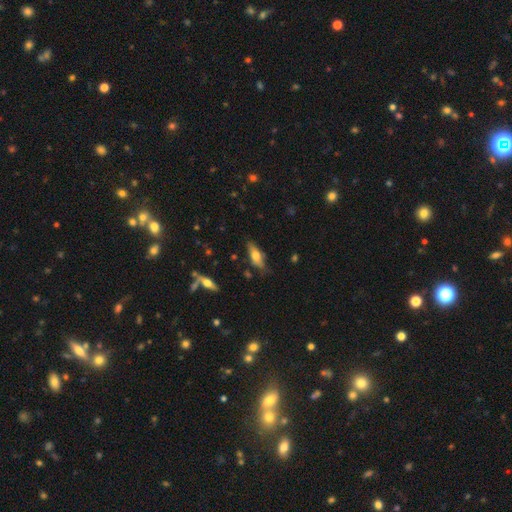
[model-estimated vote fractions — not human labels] This appears to be a smooth galaxy with no disk features (60%) that is in between round and cigar-shaped (66%). Merging: none (67%).